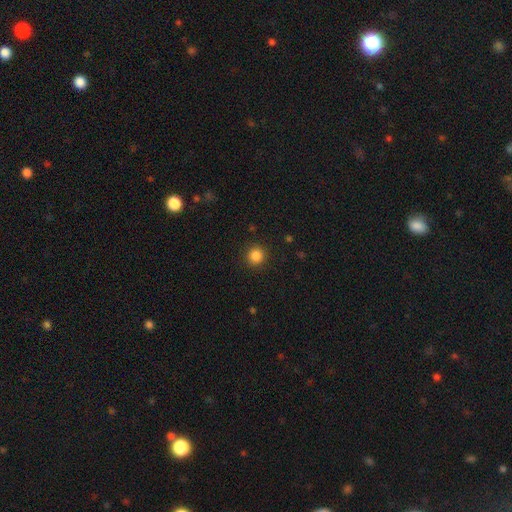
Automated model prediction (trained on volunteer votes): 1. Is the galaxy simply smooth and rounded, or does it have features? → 85% smooth, 11% star or artifact, 3% featured or disk.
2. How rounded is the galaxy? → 94% round, 5% in between, 1% cigar-shaped.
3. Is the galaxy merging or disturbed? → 91% none, 6% minor disturbance, 2% major disturbance, 1% merger.